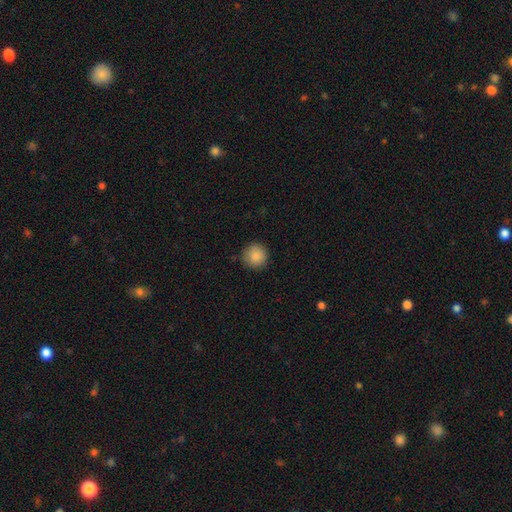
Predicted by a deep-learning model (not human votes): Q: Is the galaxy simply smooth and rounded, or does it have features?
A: smooth — 88%.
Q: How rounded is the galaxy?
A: round — 95%.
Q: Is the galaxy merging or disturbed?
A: none — 89%.